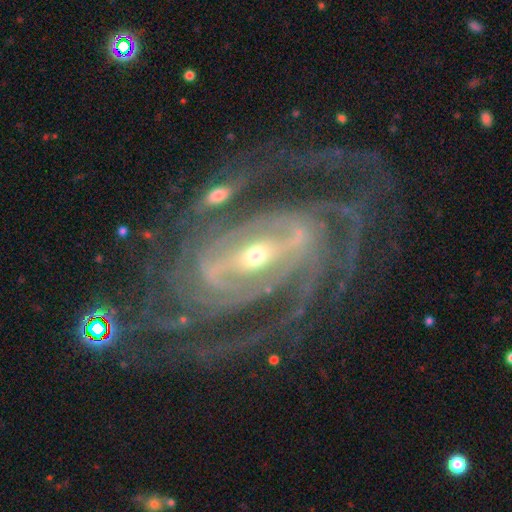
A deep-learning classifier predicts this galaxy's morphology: This appears to be a featured or disk galaxy (91%) with a strong bar (57%), 2 (28%) tight (55%) spiral arms (96%) and a small central bulge (58%). Merging: none (58%).